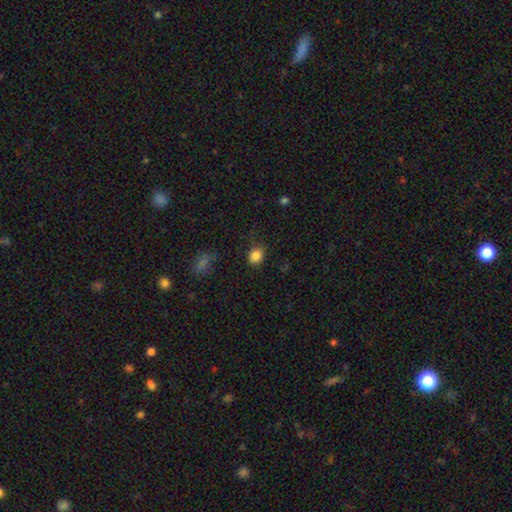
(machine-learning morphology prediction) smooth_or_featured: smooth (p=0.85) [alt: star or artifact p=0.11]
how_rounded: round (p=0.71) [alt: in between p=0.28]
merging: none (p=0.78) [alt: minor disturbance p=0.16]